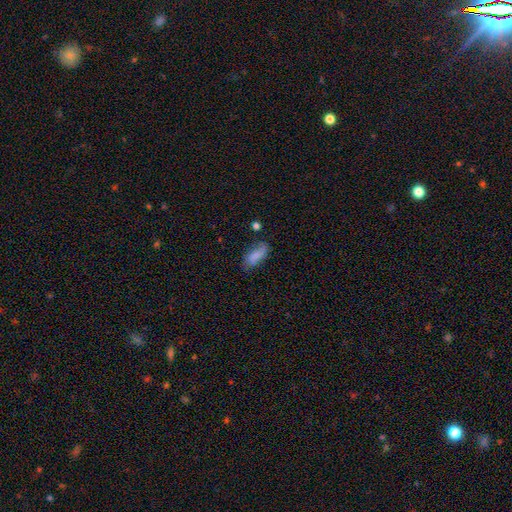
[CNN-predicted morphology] Q: Smooth or featured?
A: smooth (74%); runner-up: featured or disk (17%)
Q: How rounded?
A: in between (80%); runner-up: cigar-shaped (16%)
Q: Merging?
A: none (57%); runner-up: minor disturbance (28%)